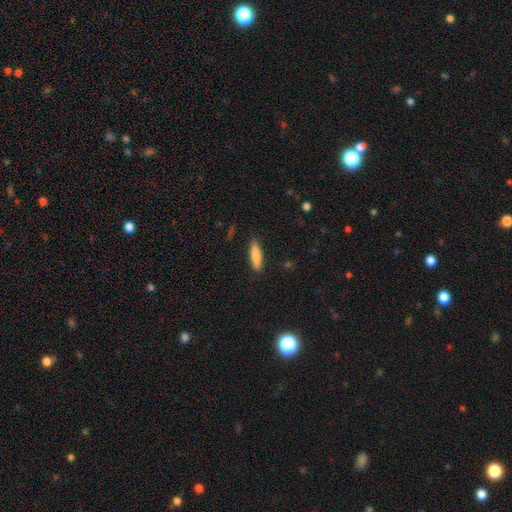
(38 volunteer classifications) Q: Smooth or featured?
A: smooth (74%); runner-up: featured or disk (18%)
Q: How rounded?
A: cigar-shaped (71%); runner-up: in between (29%)
Q: Merging?
A: none (86%); runner-up: minor disturbance (14%)